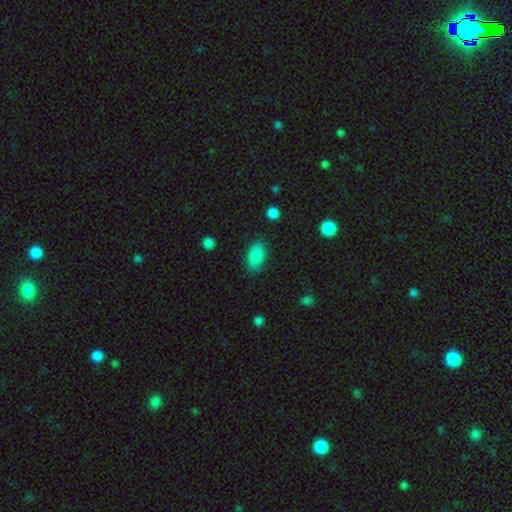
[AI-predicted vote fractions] The model was most divided on "merging": none: 84%, minor disturbance: 11%, major disturbance: 3%, merger: 1%. More confident: how rounded — in between (92%); smooth or featured — smooth (87%).